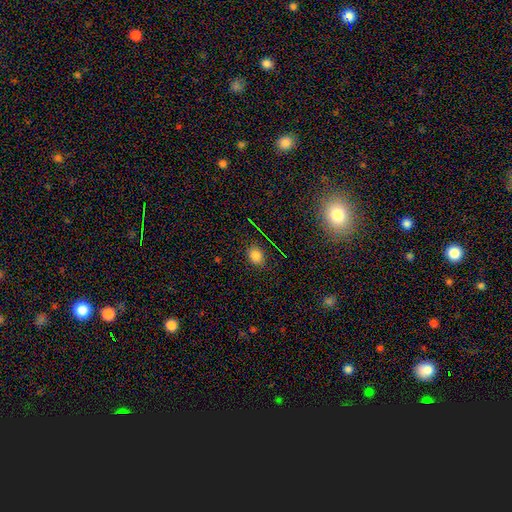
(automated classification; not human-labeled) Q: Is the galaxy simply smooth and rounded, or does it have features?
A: smooth — 79%.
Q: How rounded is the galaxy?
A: round — 52%.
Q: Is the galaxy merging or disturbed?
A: none — 85%.